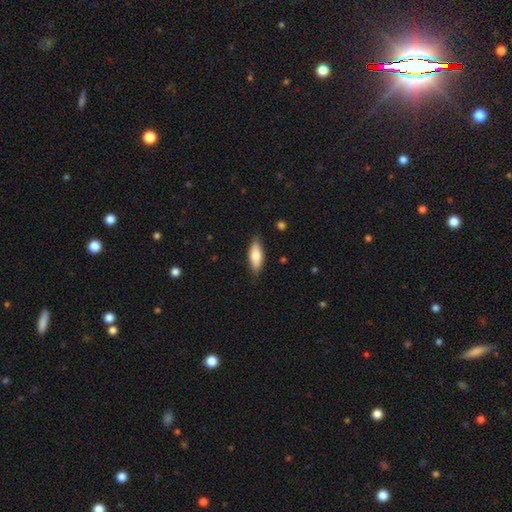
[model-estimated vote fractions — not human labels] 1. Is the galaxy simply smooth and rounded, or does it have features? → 75% smooth, 20% featured or disk, 6% star or artifact.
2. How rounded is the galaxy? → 67% in between, 31% cigar-shaped, 2% round.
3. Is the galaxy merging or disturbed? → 83% none, 13% minor disturbance, 2% major disturbance, 1% merger.